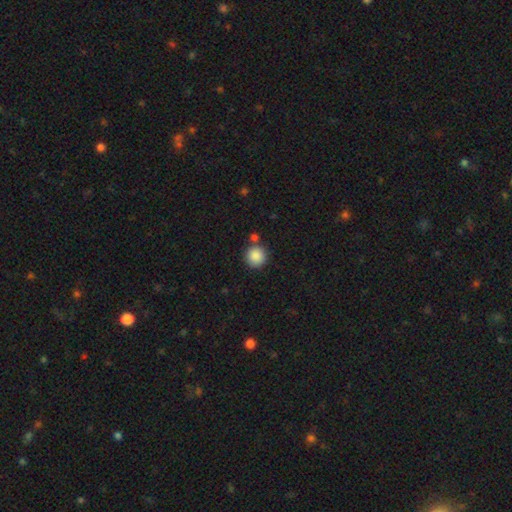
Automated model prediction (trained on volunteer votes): Smooth or featured: smooth — 88% (star or artifact — 8%)
How rounded: round — 94% (in between — 5%)
Merging: none — 78% (merger — 11%)